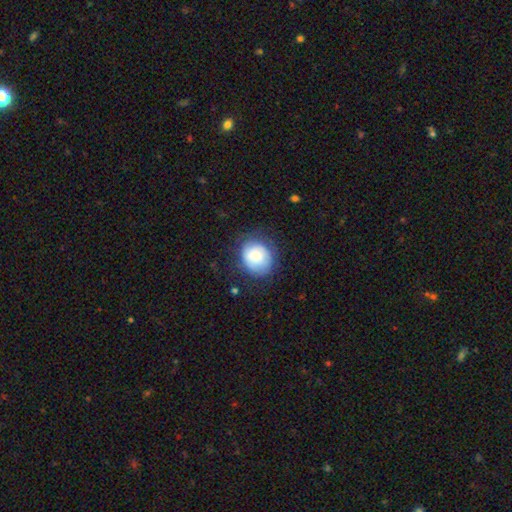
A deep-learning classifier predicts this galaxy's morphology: smooth 69%, featured or disk 23%, star or artifact 8%. Down the decision tree: how rounded — round (72%); merging — none (69%).